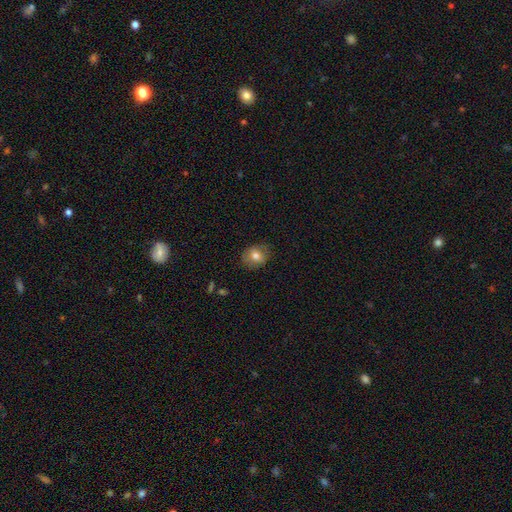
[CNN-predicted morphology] Smooth or featured?
  - smooth: 73% *
  - featured or disk: 17%
  - star or artifact: 9%
How rounded?
  - round: 59% *
  - in between: 40%
  - cigar-shaped: 1%
Merging?
  - none: 79% *
  - minor disturbance: 16%
  - major disturbance: 4%
  - merger: 1%